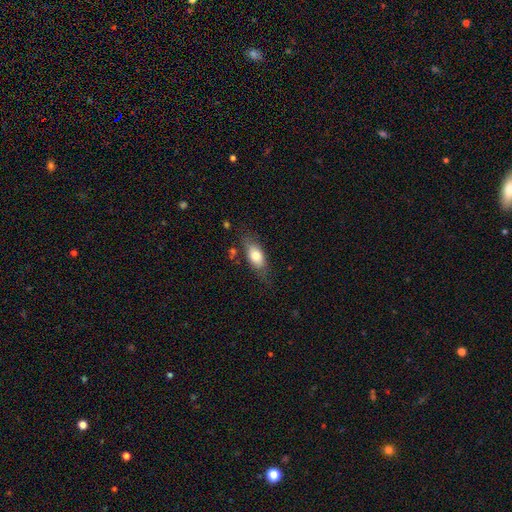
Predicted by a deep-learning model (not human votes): Smooth or featured: smooth — 76% (featured or disk — 17%)
How rounded: in between — 83% (cigar-shaped — 12%)
Merging: none — 68% (minor disturbance — 22%)